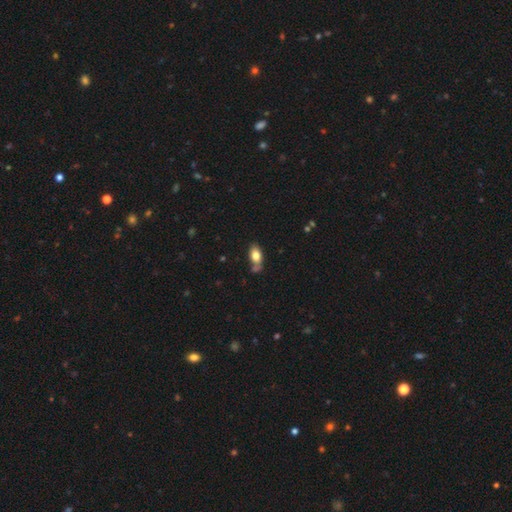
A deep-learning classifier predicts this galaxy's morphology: Q: Smooth or featured?
A: smooth (77%); runner-up: featured or disk (15%)
Q: How rounded?
A: in between (89%); runner-up: round (6%)
Q: Merging?
A: none (57%); runner-up: minor disturbance (22%)